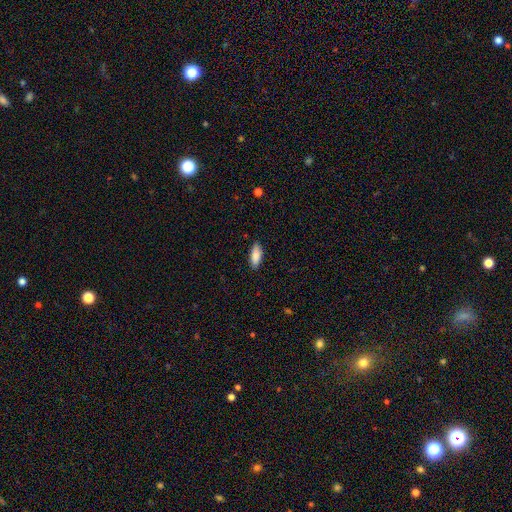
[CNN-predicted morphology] Smooth or featured?
  - smooth: 87% *
  - featured or disk: 7%
  - star or artifact: 6%
How rounded?
  - in between: 72% *
  - cigar-shaped: 26%
  - round: 2%
Merging?
  - none: 88% *
  - minor disturbance: 9%
  - major disturbance: 2%
  - merger: 1%